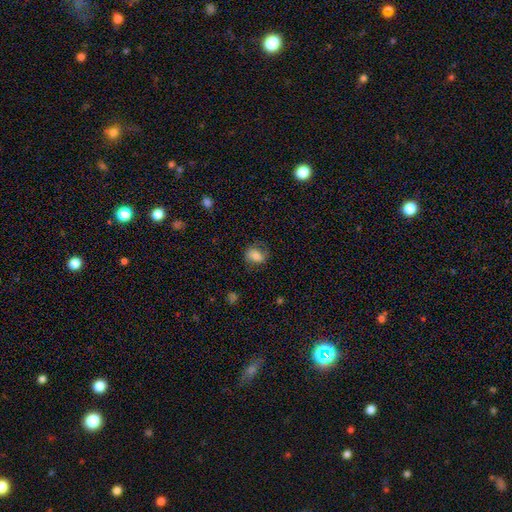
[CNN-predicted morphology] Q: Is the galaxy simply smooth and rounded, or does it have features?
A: smooth — 73%.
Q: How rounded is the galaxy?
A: in between — 53%.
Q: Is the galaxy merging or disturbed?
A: none — 71%.